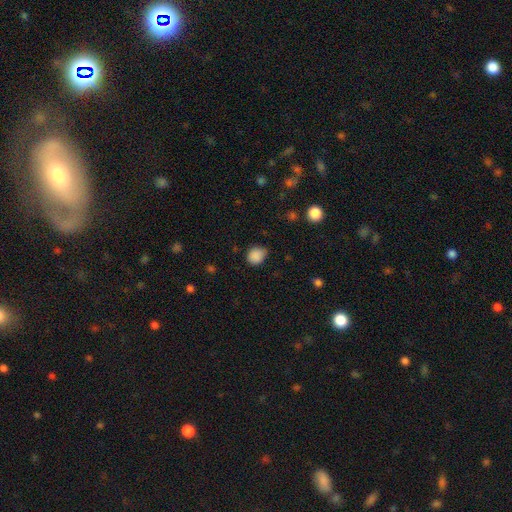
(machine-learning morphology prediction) This appears to be a smooth galaxy with no disk features (87%) that is round (64%). Merging: none (70%).